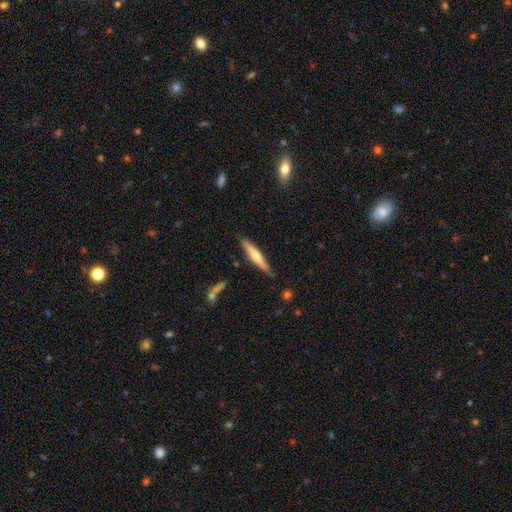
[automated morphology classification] featured or disk 47% (tied), smooth 47% (tied), star or artifact 6%. Down the decision tree: merging — none (85%).